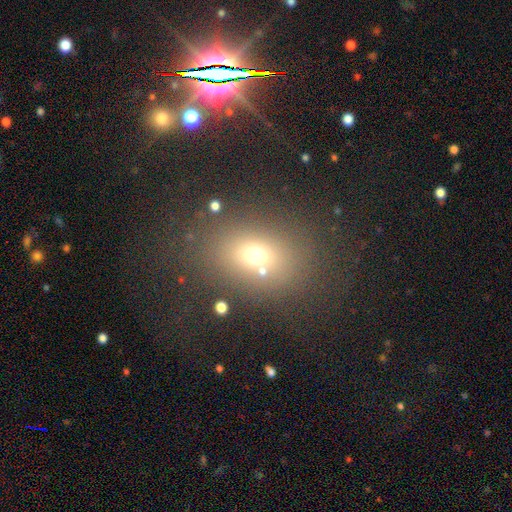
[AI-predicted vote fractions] A smooth galaxy with no disk features (65%) that is in between round and cigar-shaped (58%). Merging: none (73%).